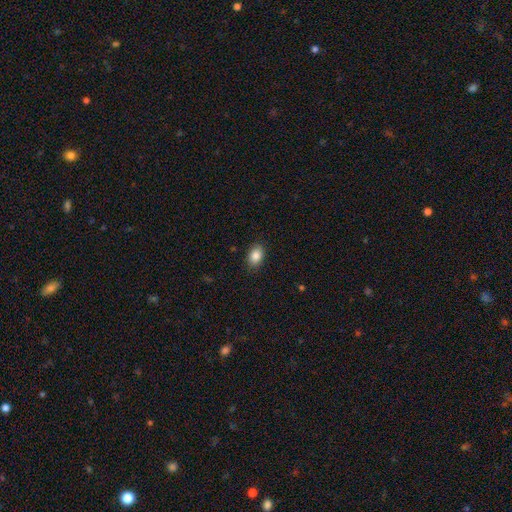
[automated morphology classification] smooth-or-featured: smooth: 86% | star or artifact: 8% | featured or disk: 6%
  how-rounded: in between: 83% | round: 16% | cigar-shaped: 1%
  merging: none: 88% | minor disturbance: 9% | major disturbance: 2% | merger: 1%